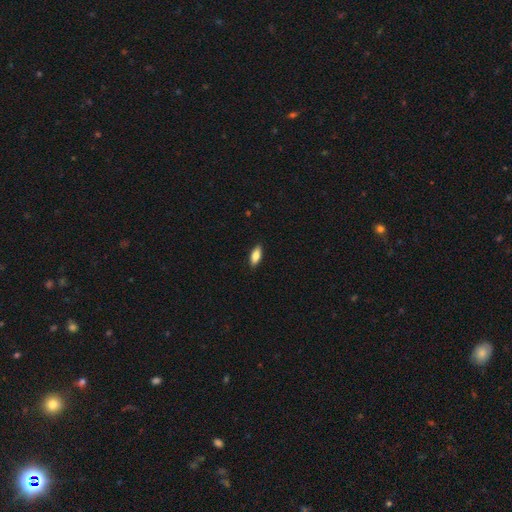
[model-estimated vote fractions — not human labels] smooth_or_featured: smooth (p=0.82) [alt: featured or disk p=0.12]
how_rounded: in between (p=0.77) [alt: cigar-shaped p=0.21]
merging: none (p=0.89) [alt: minor disturbance p=0.09]